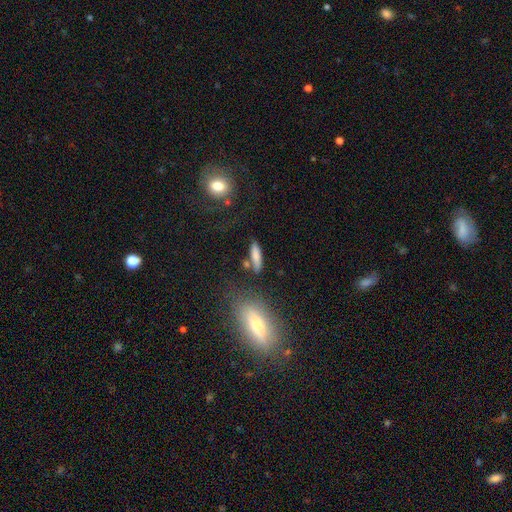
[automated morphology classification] Smooth or featured?
  - smooth: 79% *
  - featured or disk: 13%
  - star or artifact: 8%
How rounded?
  - cigar-shaped: 66% *
  - in between: 31%
  - round: 3%
Merging?
  - none: 70% *
  - minor disturbance: 15%
  - merger: 9%
  - major disturbance: 5%